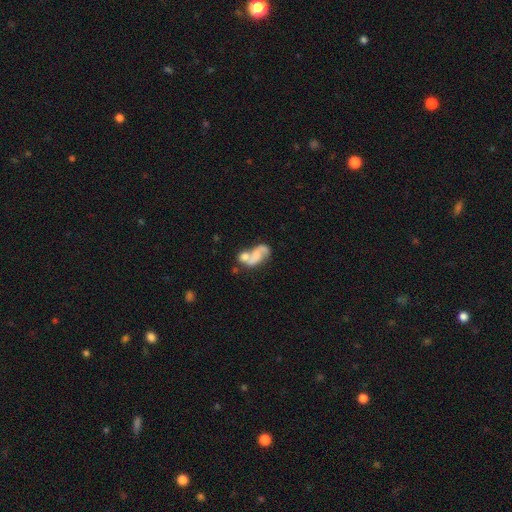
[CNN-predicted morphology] This appears to be a featured or disk galaxy (59%) with no bar (68%), spiral arms (71%) and no central bulge (48%). Merging: merger (49%).